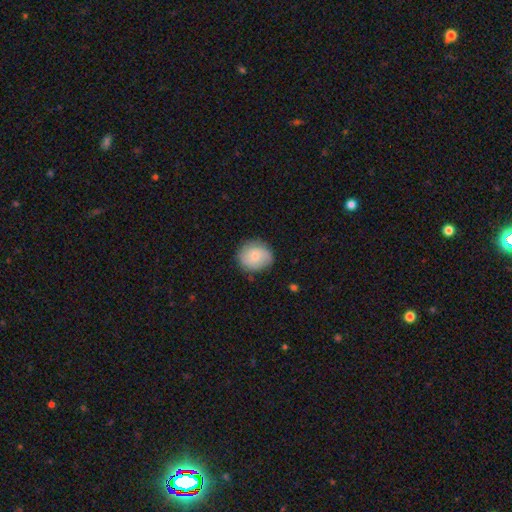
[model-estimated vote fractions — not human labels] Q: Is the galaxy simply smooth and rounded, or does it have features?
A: smooth — 70%.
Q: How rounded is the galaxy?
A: round — 76%.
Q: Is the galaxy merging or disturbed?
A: none — 78%.